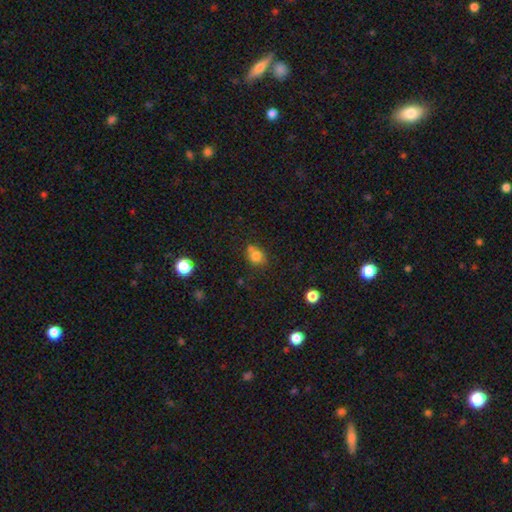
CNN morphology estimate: Q: Smooth or featured?
A: smooth (76%); runner-up: star or artifact (13%)
Q: How rounded?
A: round (65%); runner-up: in between (34%)
Q: Merging?
A: none (54%); runner-up: merger (24%)